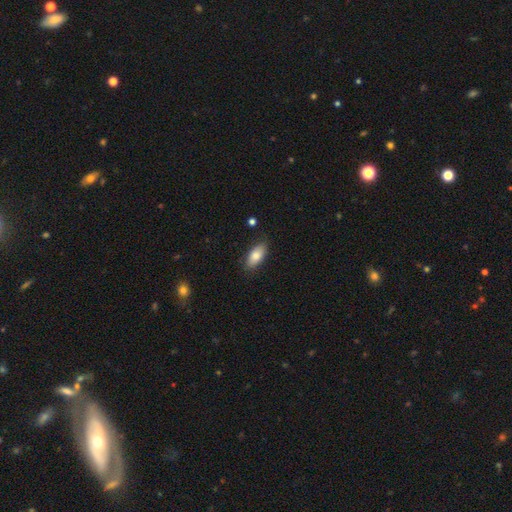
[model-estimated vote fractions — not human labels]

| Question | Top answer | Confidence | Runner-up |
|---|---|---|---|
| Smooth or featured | smooth | 80% | featured or disk (13%) |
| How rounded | in between | 88% | cigar-shaped (9%) |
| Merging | none | 85% | minor disturbance (11%) |